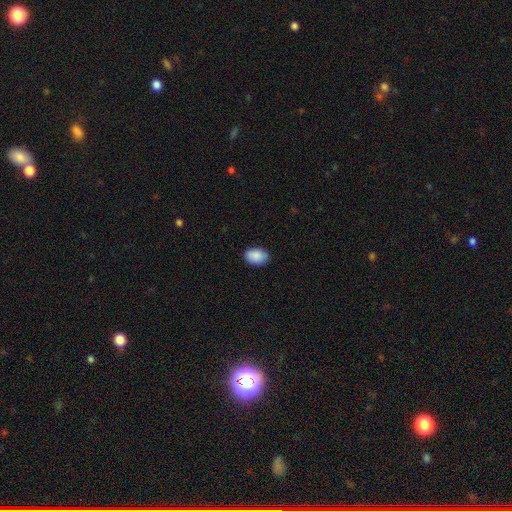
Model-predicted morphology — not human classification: type=smooth (90%); roundness=in between (87%); merging=none (88%).